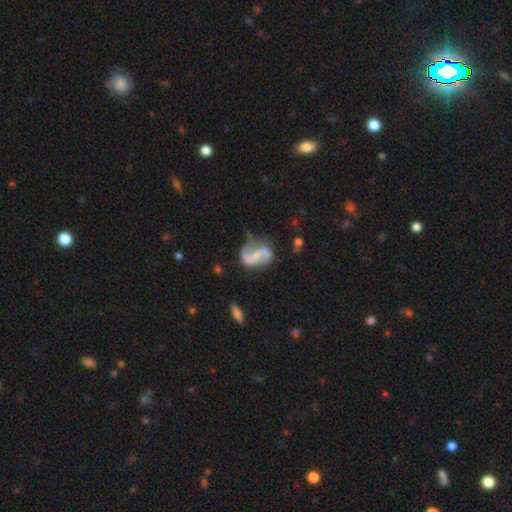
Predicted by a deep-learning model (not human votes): Smooth or featured: featured or disk — 81% (smooth — 13%)
Edge-on disk: no — 98% (yes — 2%)
Bar: weak — 39% (no — 32%)
Spiral arms: yes — 92% (no — 8%)
Spiral winding: loose — 64% (medium — 29%)
Spiral arm count: 2 — 87% (1 — 7%)
Bulge size: none — 45% (small — 37%)
Merging: none — 59% (minor disturbance — 22%)